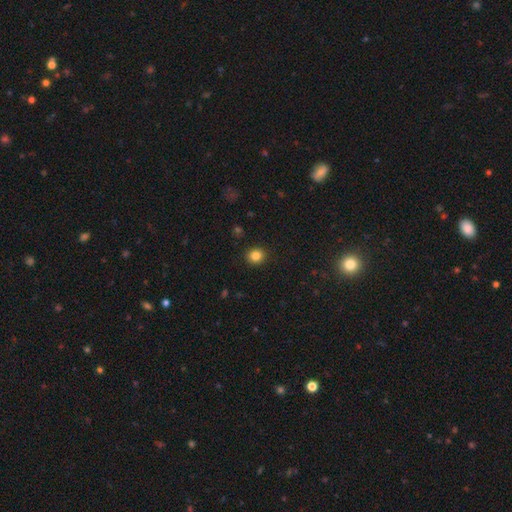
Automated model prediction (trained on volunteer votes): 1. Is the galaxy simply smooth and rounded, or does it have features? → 84% smooth, 12% star or artifact, 5% featured or disk.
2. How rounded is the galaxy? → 86% round, 14% in between, 1% cigar-shaped.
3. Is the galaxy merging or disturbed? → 91% none, 6% minor disturbance, 2% major disturbance, 1% merger.